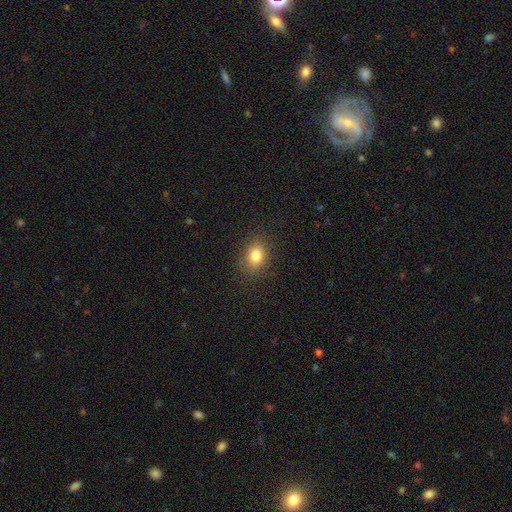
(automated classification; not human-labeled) A smooth galaxy with no disk features (82%) that is in between round and cigar-shaped (70%). Merging: none (85%).